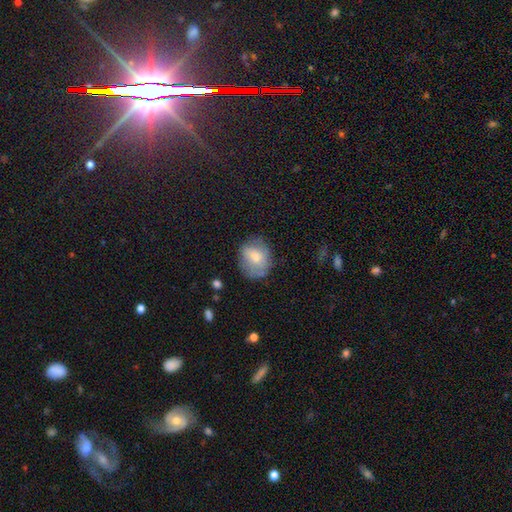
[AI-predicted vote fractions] This appears to be a smooth galaxy with no disk features (69%) that is round (60%). Merging: none (64%).